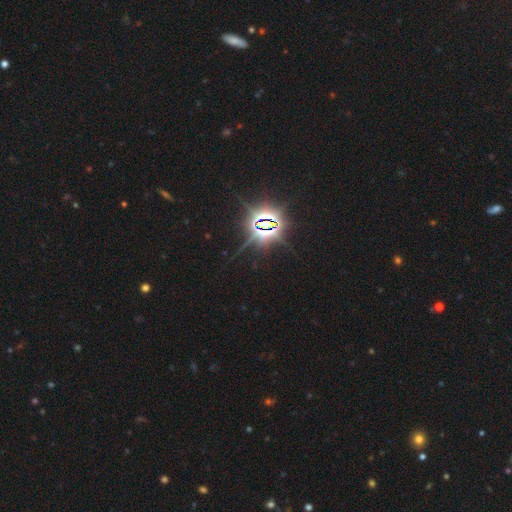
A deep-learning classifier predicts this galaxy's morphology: Q: Smooth or featured?
A: star or artifact (85%); runner-up: smooth (8%)